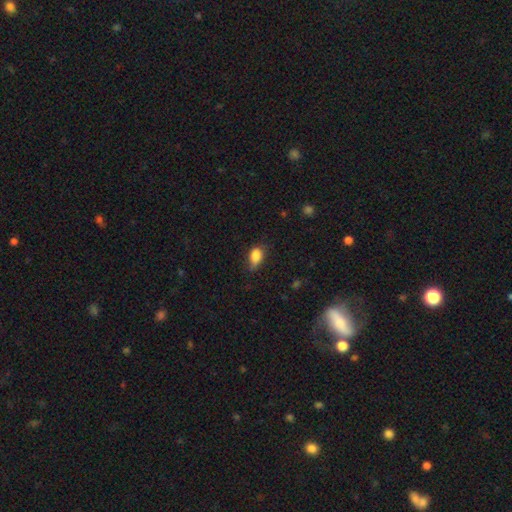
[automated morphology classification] Smooth or featured?
  - smooth: 84% *
  - star or artifact: 8%
  - featured or disk: 7%
How rounded?
  - in between: 86% *
  - round: 11%
  - cigar-shaped: 3%
Merging?
  - none: 55% *
  - minor disturbance: 34%
  - major disturbance: 9%
  - merger: 2%